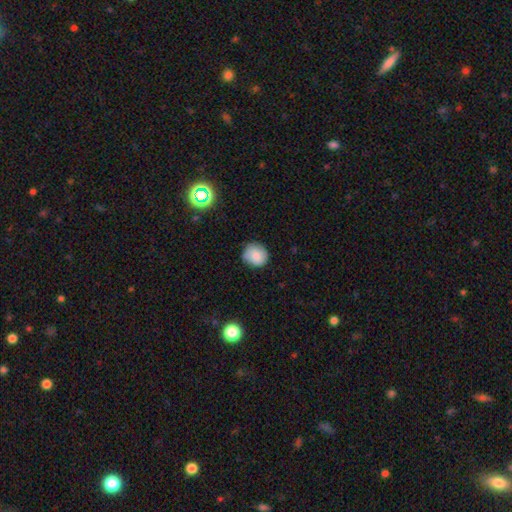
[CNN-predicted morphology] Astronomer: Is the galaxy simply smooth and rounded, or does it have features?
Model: smooth — 81%.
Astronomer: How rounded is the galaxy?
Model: round — 83%.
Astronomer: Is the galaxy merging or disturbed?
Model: none — 77%.